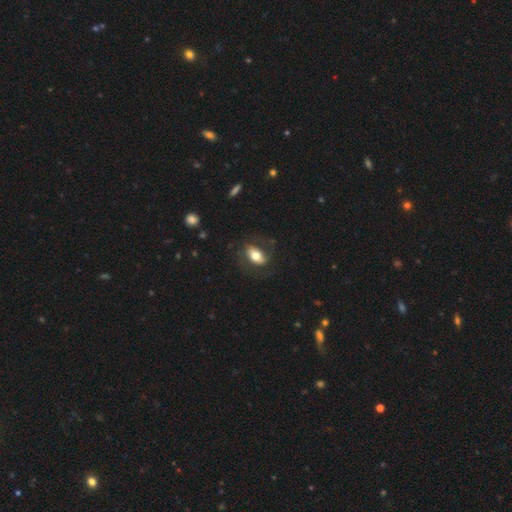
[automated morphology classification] smooth-or-featured: smooth: 58% | featured or disk: 35% | star or artifact: 7%
  how-rounded: in between: 86% | round: 10% | cigar-shaped: 4%
  merging: none: 70% | minor disturbance: 17% | major disturbance: 12% | merger: 1%